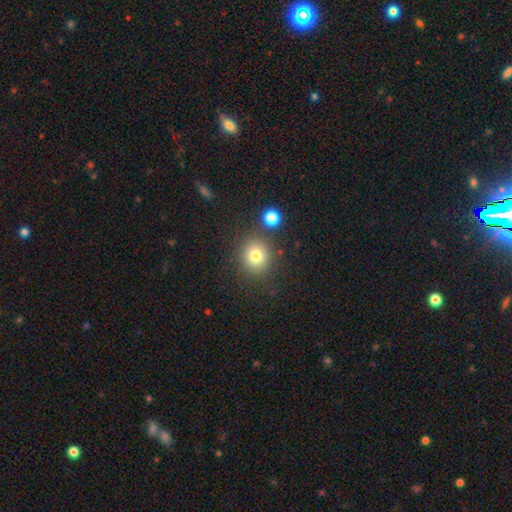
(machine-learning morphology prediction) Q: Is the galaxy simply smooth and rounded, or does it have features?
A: smooth — 79%.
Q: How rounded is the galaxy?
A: round — 88%.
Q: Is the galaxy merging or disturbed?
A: none — 81%.